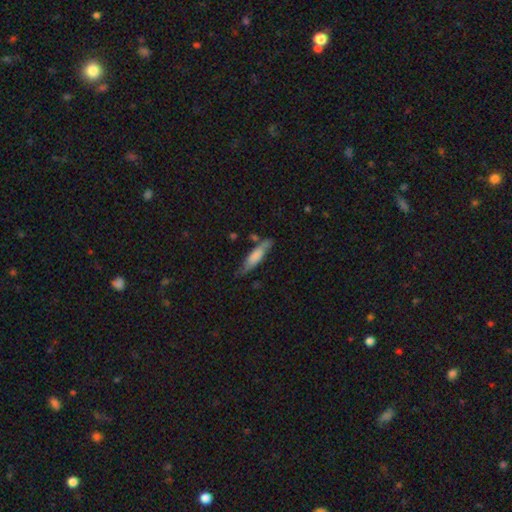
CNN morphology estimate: The model was most divided on "smooth or featured": smooth: 65%, featured or disk: 29%, star or artifact: 6%. More confident: how rounded — cigar-shaped (72%); merging — none (67%).